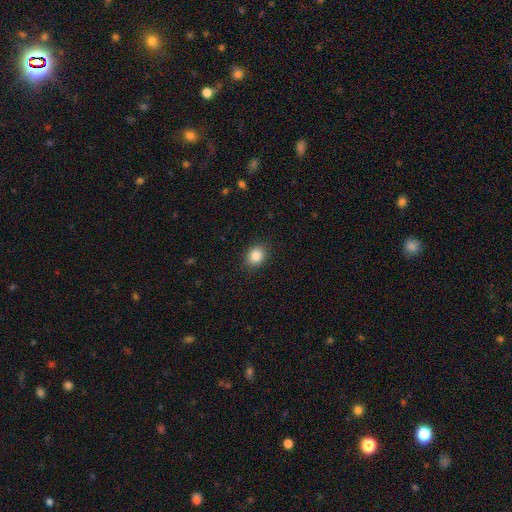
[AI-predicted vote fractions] Smooth or featured: smooth — 85% (star or artifact — 10%)
How rounded: round — 59% (in between — 40%)
Merging: none — 89% (minor disturbance — 8%)